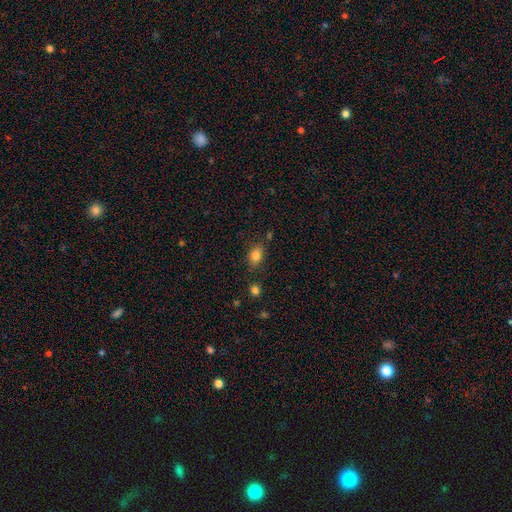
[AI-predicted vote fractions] This is clearly a smooth galaxy (82%). How rounded: likely in between (76%). Merging: likely none (78%).